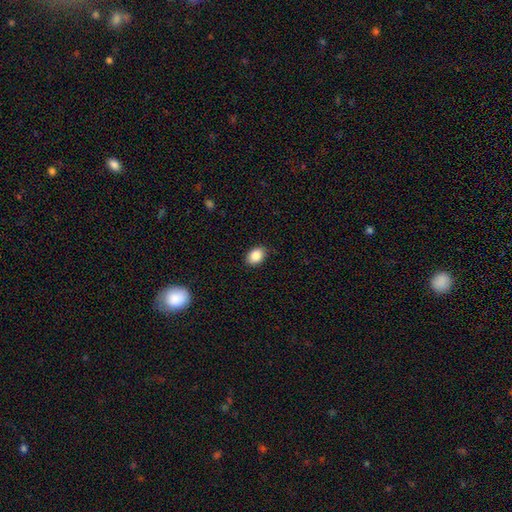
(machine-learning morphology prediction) A smooth galaxy with no disk features (87%) that is in between round and cigar-shaped (74%). Merging: none (85%).